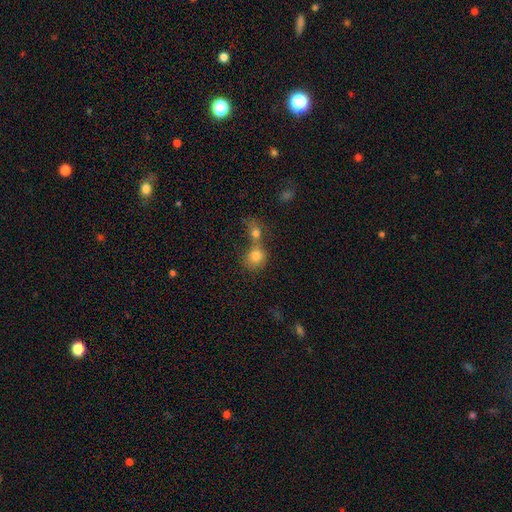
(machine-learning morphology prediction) A smooth galaxy with no disk features (78%) that is round (79%).

Vote fractions:
- Smooth or featured? smooth: 78% / star or artifact: 11% / featured or disk: 11%
- How rounded? round: 79% / in between: 20% / cigar-shaped: 1%
- Merging? merger: 55% / none: 34% / minor disturbance: 7% / major disturbance: 4%